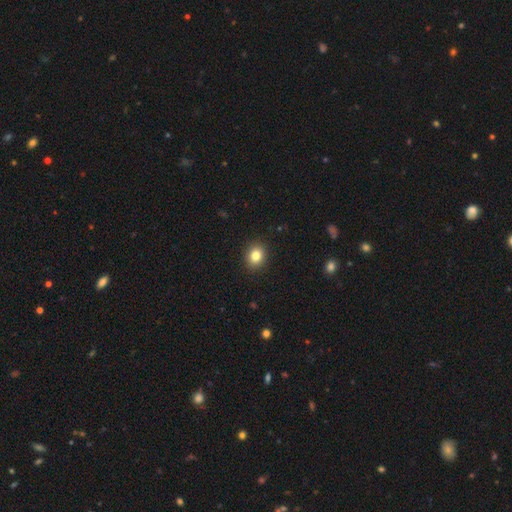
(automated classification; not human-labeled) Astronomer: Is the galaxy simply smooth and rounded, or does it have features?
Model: smooth — 83%.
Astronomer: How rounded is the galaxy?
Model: round — 59% (runner-up: in between, 40%).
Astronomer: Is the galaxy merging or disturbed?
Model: none — 90%.